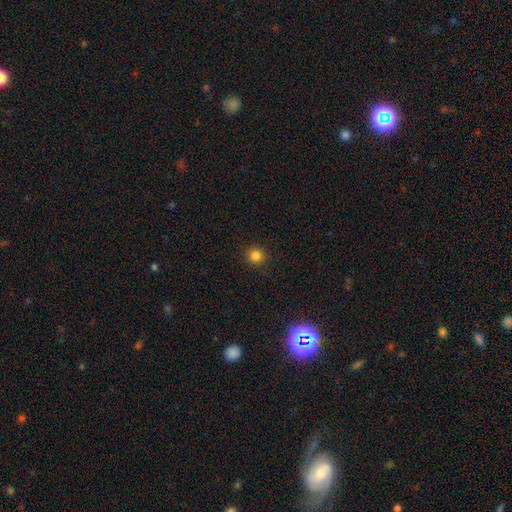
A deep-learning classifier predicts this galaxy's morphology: A smooth galaxy with no disk features (83%) that is round (95%). Merging: none (92%).